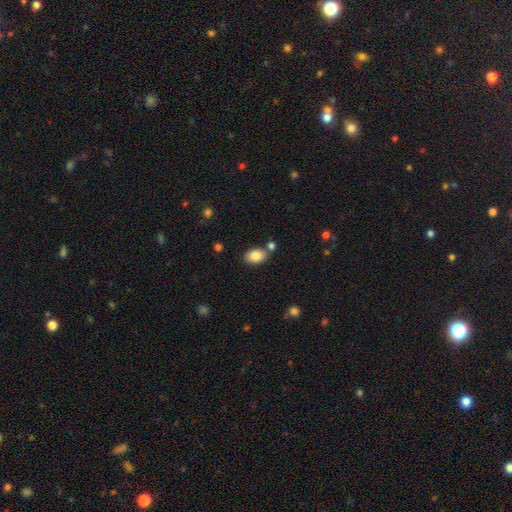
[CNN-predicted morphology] smooth 84%, featured or disk 8%, star or artifact 8%. Down the decision tree: how rounded — in between (88%); merging — none (75%).